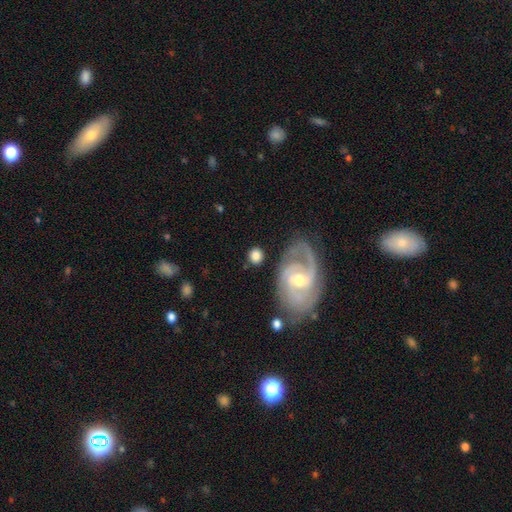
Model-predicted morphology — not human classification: Smooth or featured?
  - smooth: 64% *
  - featured or disk: 29%
  - star or artifact: 7%
How rounded?
  - round: 69% *
  - in between: 29%
  - cigar-shaped: 2%
Merging?
  - none: 78% *
  - minor disturbance: 11%
  - major disturbance: 6%
  - merger: 5%